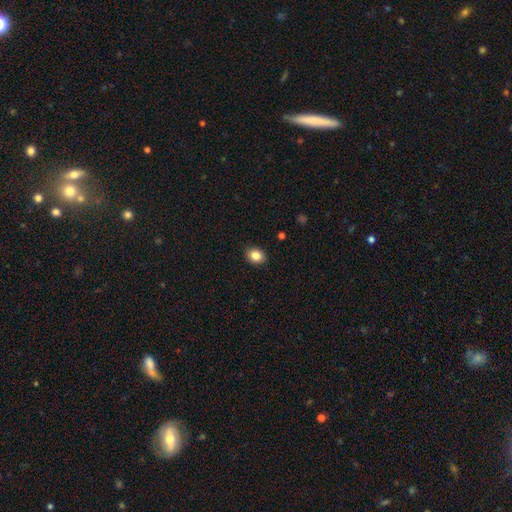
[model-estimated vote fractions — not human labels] This is clearly a smooth galaxy (85%). How rounded: possibly in between (50%). Merging: clearly none (90%).